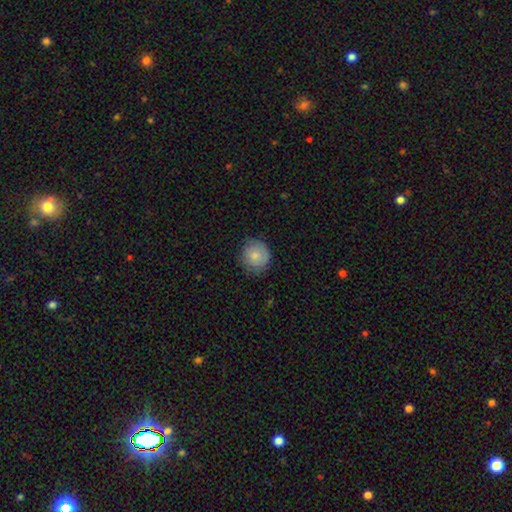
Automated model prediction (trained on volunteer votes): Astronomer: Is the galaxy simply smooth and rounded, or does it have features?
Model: smooth — 69%.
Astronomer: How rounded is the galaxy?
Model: round — 88%.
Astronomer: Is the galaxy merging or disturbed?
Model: none — 76%.